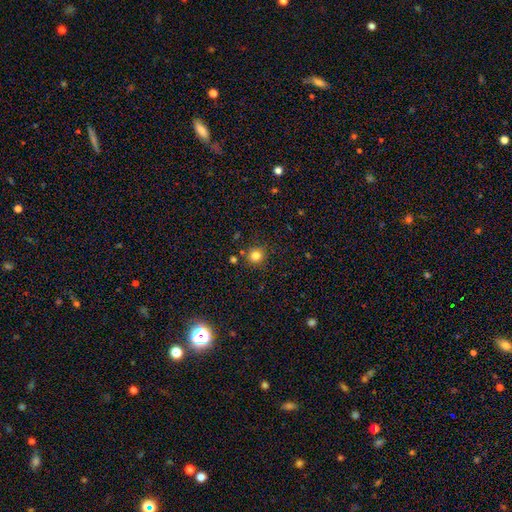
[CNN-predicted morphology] Smooth or featured: smooth — 81% (star or artifact — 14%)
How rounded: round — 93% (in between — 6%)
Merging: none — 86% (minor disturbance — 8%)